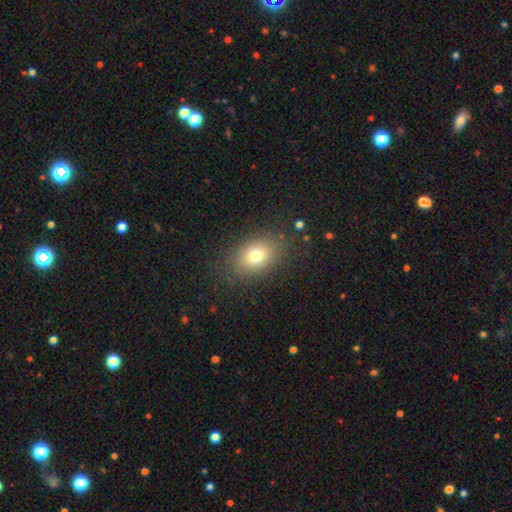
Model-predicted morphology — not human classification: A smooth galaxy with no disk features (75%) that is in between round and cigar-shaped (73%). Merging: none (83%).